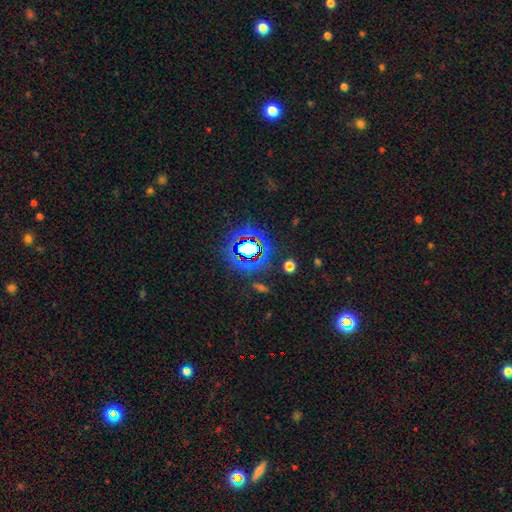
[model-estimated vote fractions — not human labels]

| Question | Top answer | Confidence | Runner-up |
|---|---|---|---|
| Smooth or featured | star or artifact | 79% | smooth (12%) |